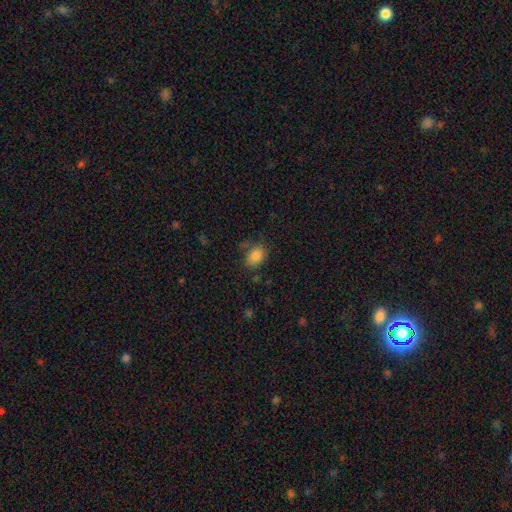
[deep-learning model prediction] A smooth galaxy with no disk features (85%) that is in between round and cigar-shaped (74%).

Vote fractions:
- Smooth or featured? smooth: 85% / star or artifact: 9% / featured or disk: 6%
- How rounded? in between: 74% / round: 25% / cigar-shaped: 1%
- Merging? none: 69% / minor disturbance: 19% / major disturbance: 6% / merger: 5%